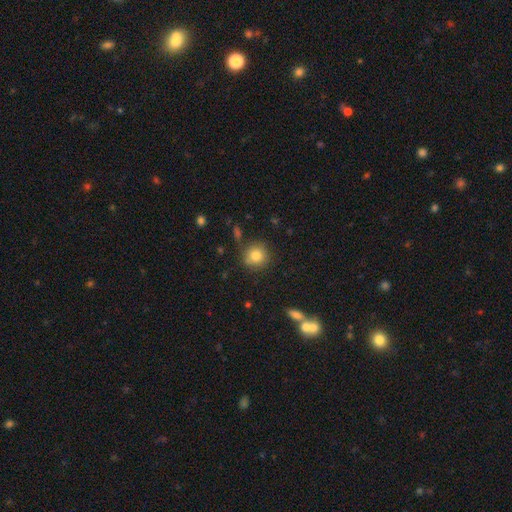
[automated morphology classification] type=smooth (82%); roundness=round (89%); merging=none (80%).